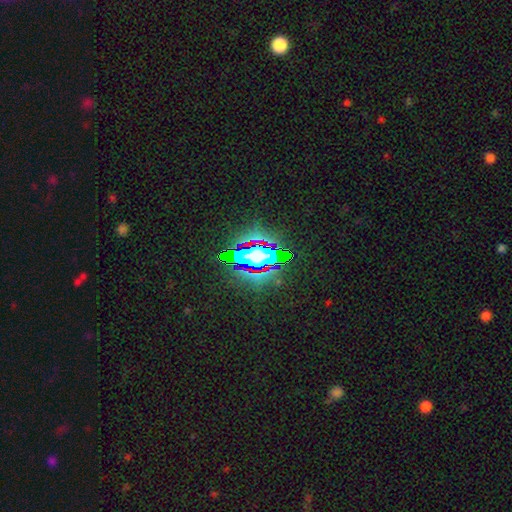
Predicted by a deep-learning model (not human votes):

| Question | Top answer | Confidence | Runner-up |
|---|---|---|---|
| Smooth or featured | star or artifact | 60% | smooth (25%) |